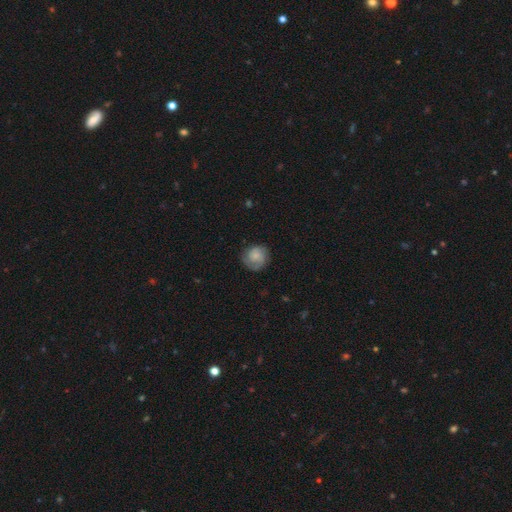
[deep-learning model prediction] smooth 57%, featured or disk 35%, star or artifact 8%. Down the decision tree: how rounded — round (86%); merging — none (74%).